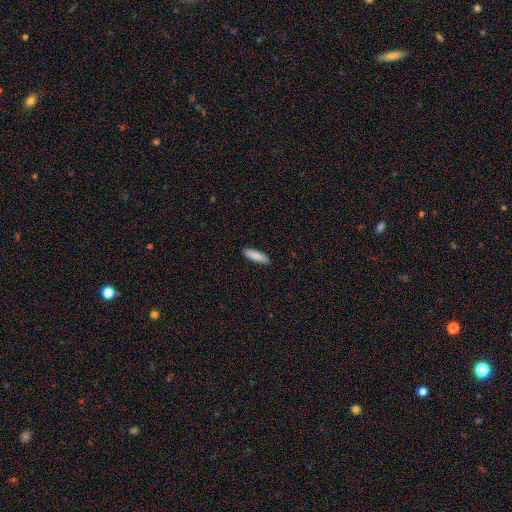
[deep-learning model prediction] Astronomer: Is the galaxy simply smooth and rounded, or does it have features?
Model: smooth — 87%.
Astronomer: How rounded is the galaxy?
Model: cigar-shaped — 67%.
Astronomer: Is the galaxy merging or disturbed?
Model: none — 88%.